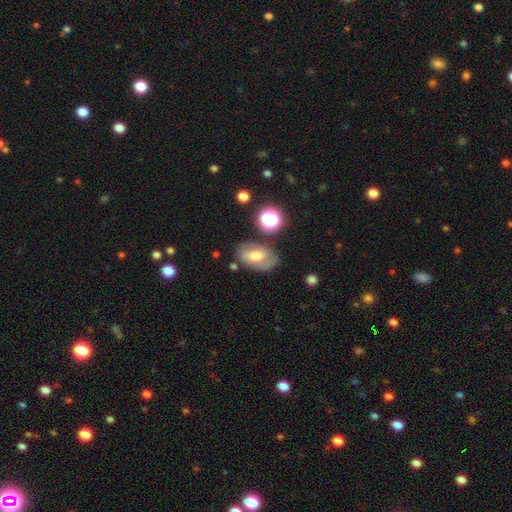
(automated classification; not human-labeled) Smooth or featured? Predicted: featured or disk (p=0.48). Merging? Predicted: none (p=0.69).